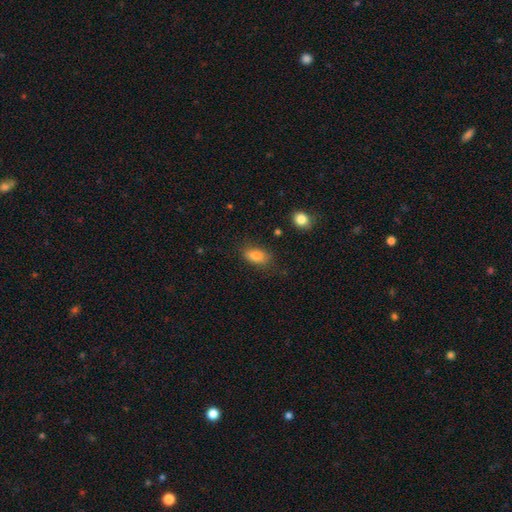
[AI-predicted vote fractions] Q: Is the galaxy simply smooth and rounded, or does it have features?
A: smooth — 84%.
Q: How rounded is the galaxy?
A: in between — 88%.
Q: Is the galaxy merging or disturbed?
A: none — 76%.